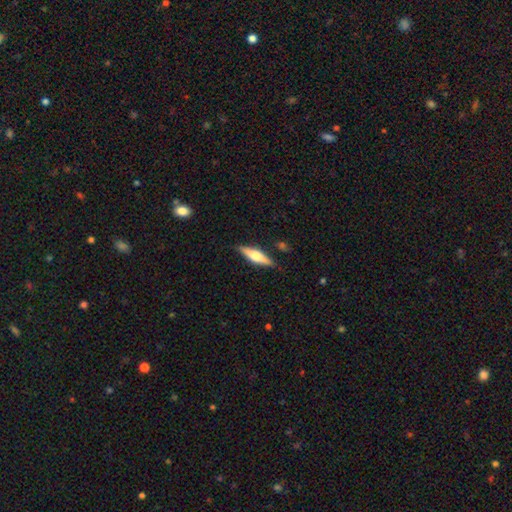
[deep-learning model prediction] A featured or disk galaxy (59%) viewed edge-on (96%) with a rounded central bulge (90%).

Vote fractions:
- Smooth or featured? featured or disk: 59% / smooth: 36% / star or artifact: 6%
- Edge-on disk? yes: 96% / no: 4%
- Edge-on bulge? rounded: 90% / boxy: 7% / none: 3%
- Merging? none: 86% / minor disturbance: 10% / major disturbance: 2% / merger: 2%